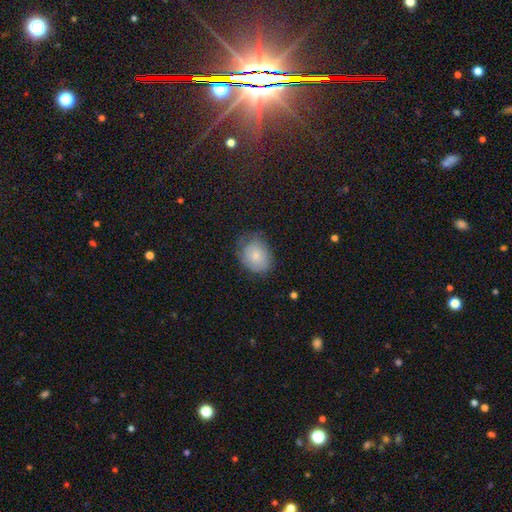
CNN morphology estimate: Smooth or featured? smooth (72%)
How rounded? in between (51%)
Merging? none (62%)